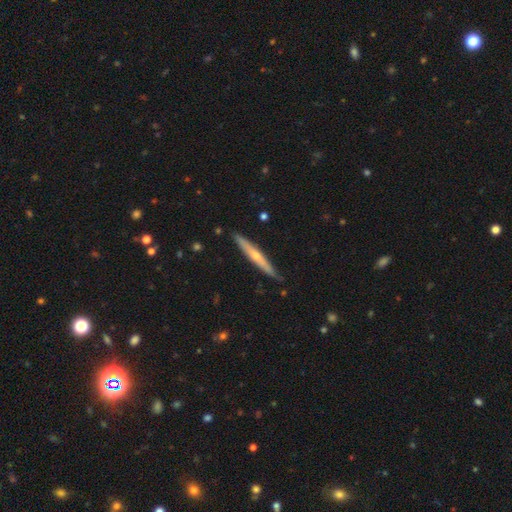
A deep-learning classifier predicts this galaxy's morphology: This appears to be a featured or disk galaxy (61%) viewed edge-on (95%) with a rounded central bulge (75%). Merging: none (86%).